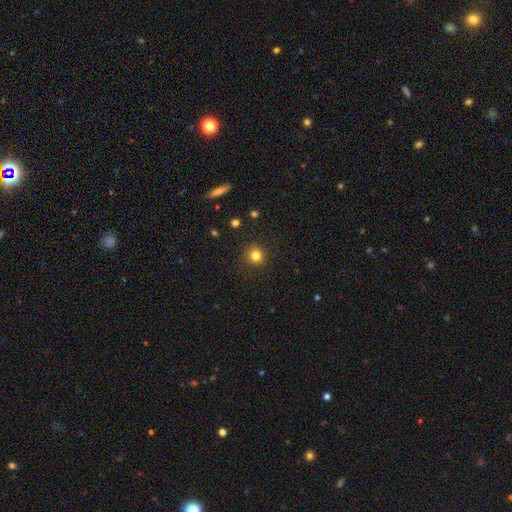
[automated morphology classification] A smooth galaxy with no disk features (82%) that is round (90%). Merging: none (89%).